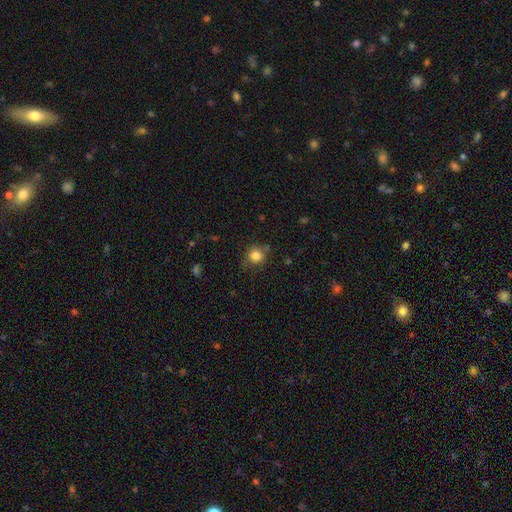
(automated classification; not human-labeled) This is clearly a smooth galaxy (82%). How rounded: clearly round (90%). Merging: likely none (75%).